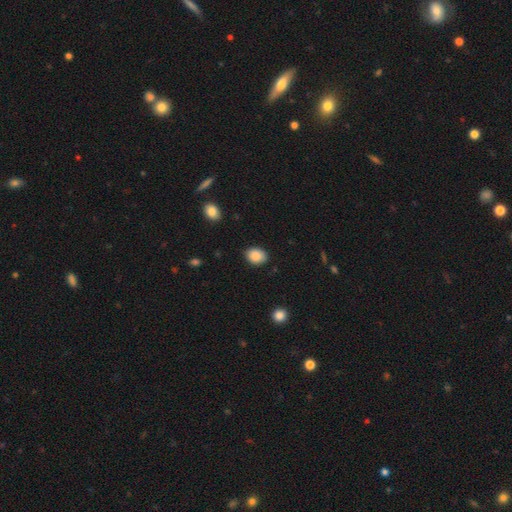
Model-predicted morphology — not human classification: smooth_or_featured: smooth (p=0.89) [alt: star or artifact p=0.08]
how_rounded: in between (p=0.63) [alt: round p=0.36]
merging: none (p=0.85) [alt: minor disturbance p=0.11]